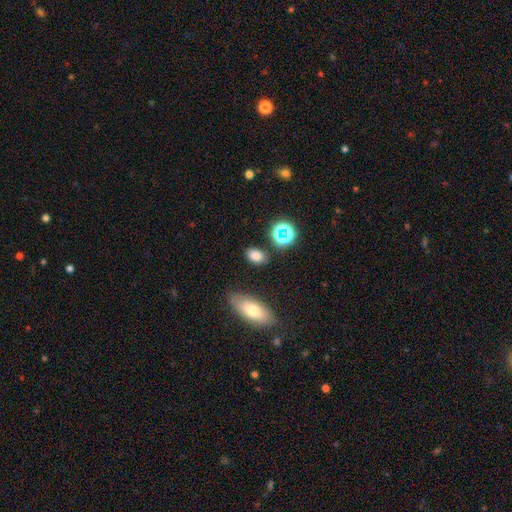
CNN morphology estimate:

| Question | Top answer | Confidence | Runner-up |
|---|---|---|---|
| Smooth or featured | smooth | 77% | star or artifact (15%) |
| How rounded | in between | 83% | round (14%) |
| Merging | none | 81% | minor disturbance (11%) |